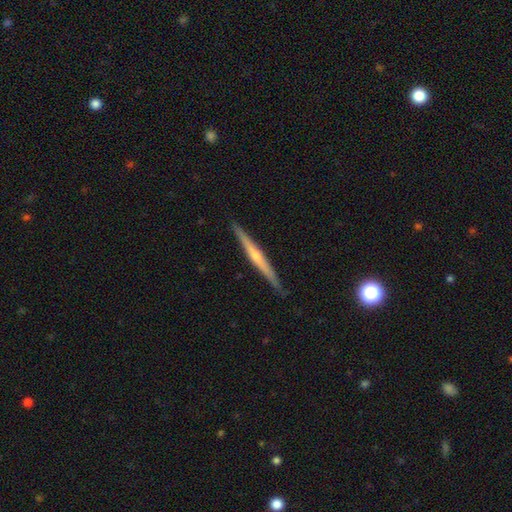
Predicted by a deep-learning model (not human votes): Smooth or featured? Predicted: featured or disk (p=0.68). Edge-on disk? Predicted: yes (p=0.98). Edge-on bulge? Predicted: rounded (p=0.65). Merging? Predicted: none (p=0.90).